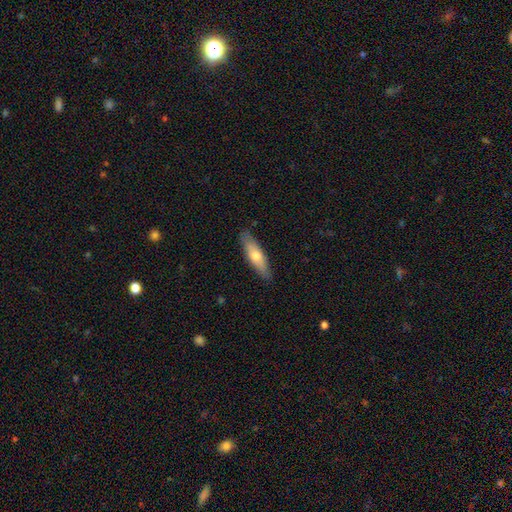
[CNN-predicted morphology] Q: Smooth or featured?
A: smooth (64%); runner-up: featured or disk (31%)
Q: How rounded?
A: cigar-shaped (63%); runner-up: in between (35%)
Q: Merging?
A: none (86%); runner-up: minor disturbance (11%)